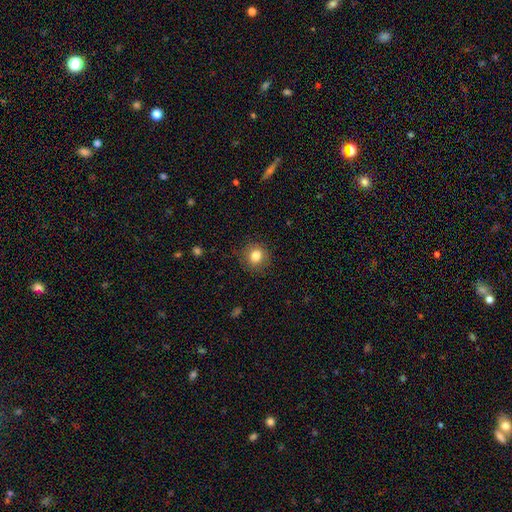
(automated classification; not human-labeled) Q: Smooth or featured?
A: smooth (82%); runner-up: star or artifact (11%)
Q: How rounded?
A: round (85%); runner-up: in between (14%)
Q: Merging?
A: none (87%); runner-up: minor disturbance (9%)